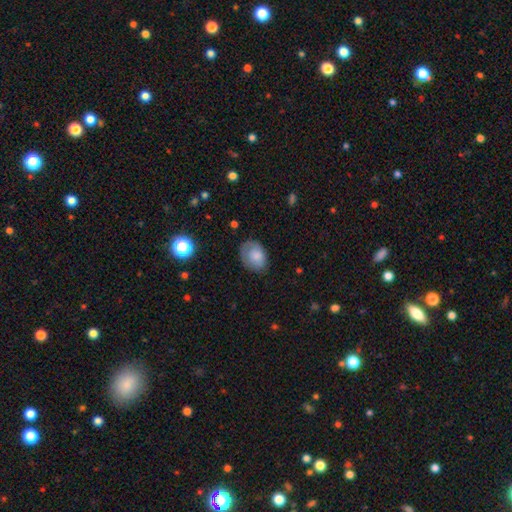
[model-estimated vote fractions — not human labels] Smooth or featured: smooth — 76% (featured or disk — 16%)
How rounded: in between — 71% (round — 28%)
Merging: none — 67% (minor disturbance — 24%)